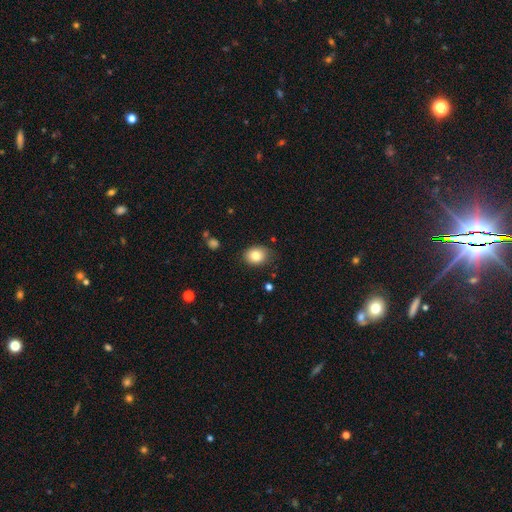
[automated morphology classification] type=smooth (84%); roundness=in between (54%); merging=none (80%).